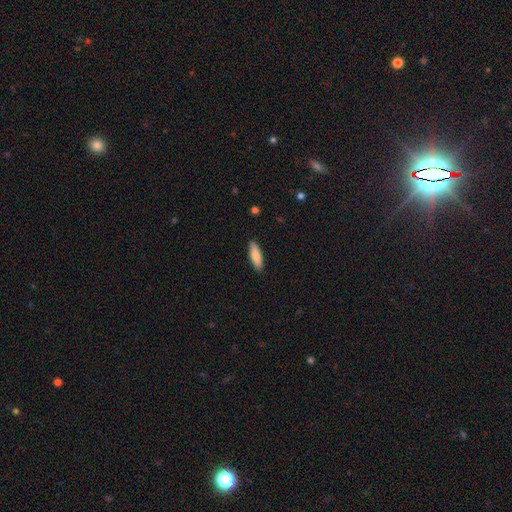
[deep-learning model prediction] Q: Smooth or featured?
A: smooth (83%); runner-up: featured or disk (11%)
Q: How rounded?
A: cigar-shaped (51%); runner-up: in between (47%)
Q: Merging?
A: none (89%); runner-up: minor disturbance (8%)